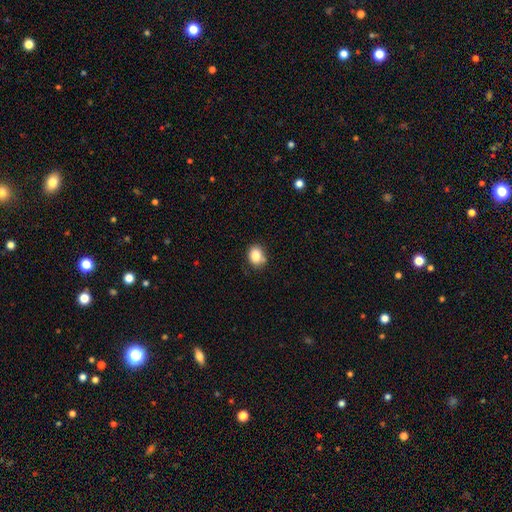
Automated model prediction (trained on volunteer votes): Morphology: type=smooth (84%); roundness=round (51%); merging=none (69%).